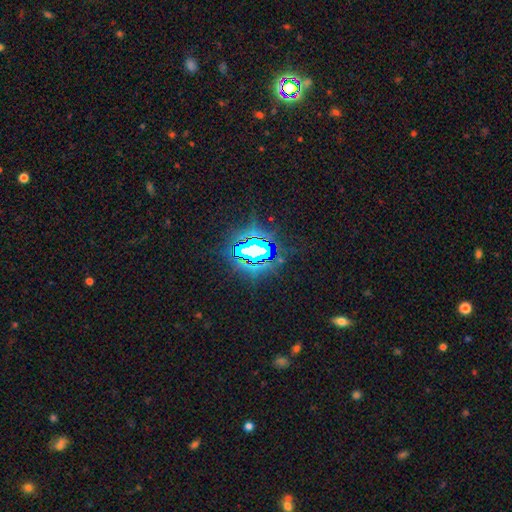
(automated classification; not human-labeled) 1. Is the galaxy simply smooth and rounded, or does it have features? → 75% star or artifact, 13% featured or disk, 12% smooth.